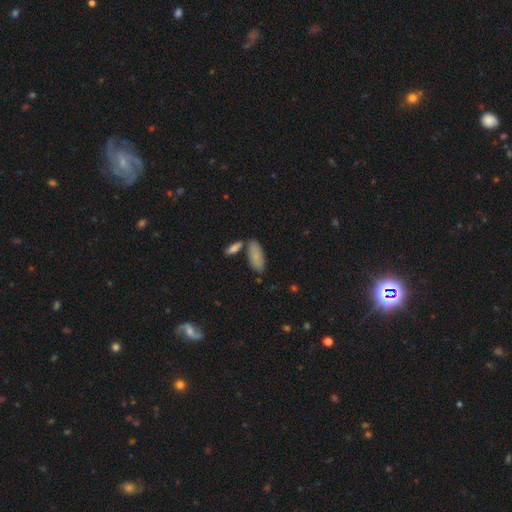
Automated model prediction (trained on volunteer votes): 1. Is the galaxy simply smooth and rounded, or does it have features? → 82% smooth, 12% featured or disk, 6% star or artifact.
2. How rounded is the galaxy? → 82% in between, 16% cigar-shaped, 2% round.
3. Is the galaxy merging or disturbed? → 67% none, 16% merger, 14% minor disturbance, 3% major disturbance.